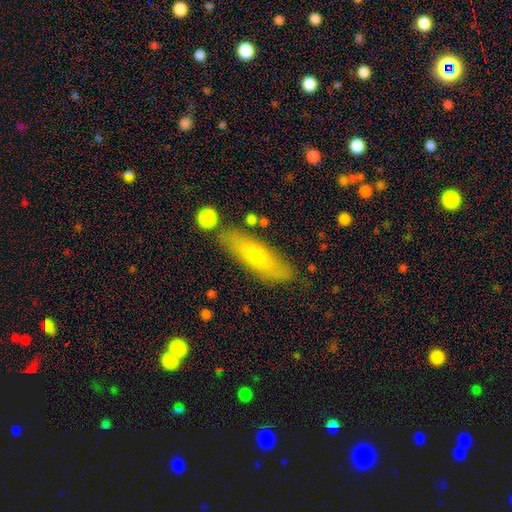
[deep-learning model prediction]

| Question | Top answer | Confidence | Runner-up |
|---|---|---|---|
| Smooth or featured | smooth | 64% | featured or disk (30%) |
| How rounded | cigar-shaped | 55% | in between (42%) |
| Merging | none | 78% | minor disturbance (14%) |